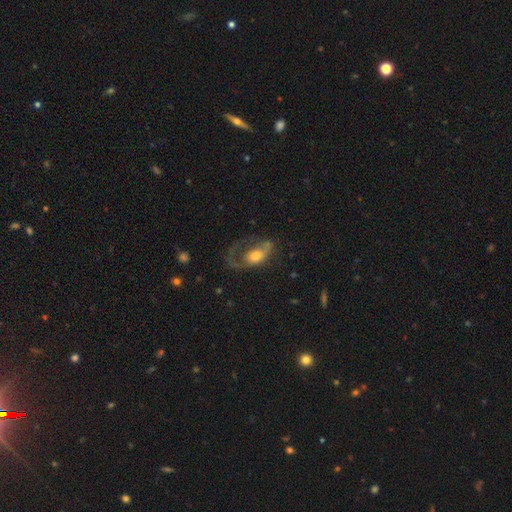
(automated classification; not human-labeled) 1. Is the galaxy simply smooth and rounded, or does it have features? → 53% featured or disk, 39% smooth, 7% star or artifact.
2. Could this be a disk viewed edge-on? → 92% no, 8% yes.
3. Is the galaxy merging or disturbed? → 50% major disturbance, 28% none, 18% minor disturbance, 3% merger.